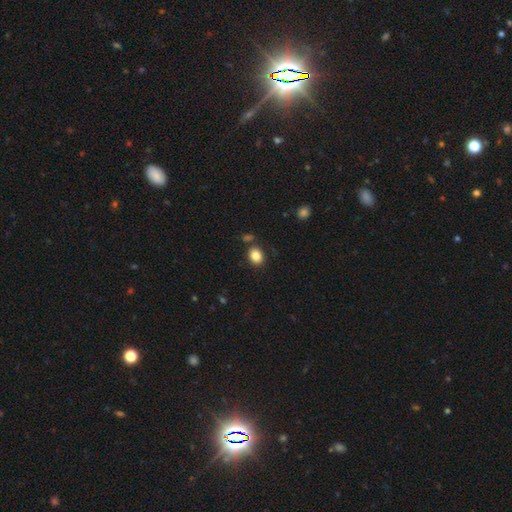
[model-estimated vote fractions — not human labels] Morphology: type=smooth (85%); roundness=in between (57%); merging=none (81%).